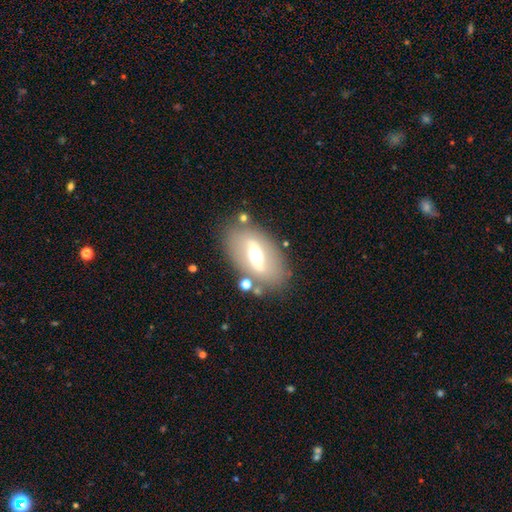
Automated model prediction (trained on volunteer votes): Smooth or featured? Predicted: featured or disk (p=0.58). Edge-on disk? Predicted: no (p=0.74). Merging? Predicted: none (p=0.77).